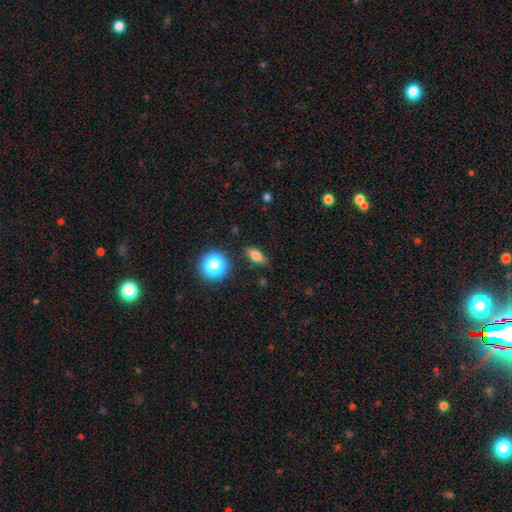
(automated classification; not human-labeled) A smooth galaxy with no disk features (72%) that is in between round and cigar-shaped (65%). Merging: none (84%).